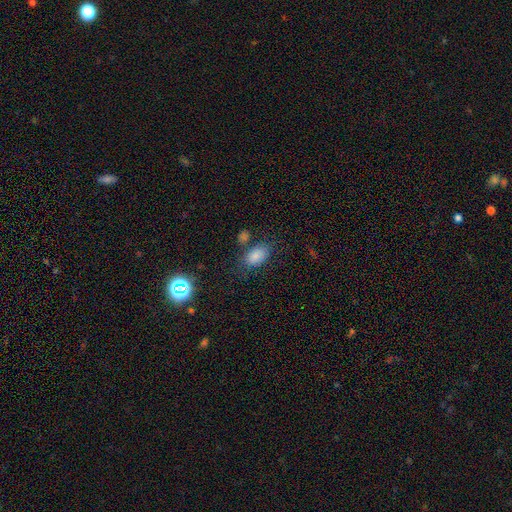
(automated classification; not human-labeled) Smooth or featured? smooth (76%)
How rounded? in between (87%)
Merging? none (70%)